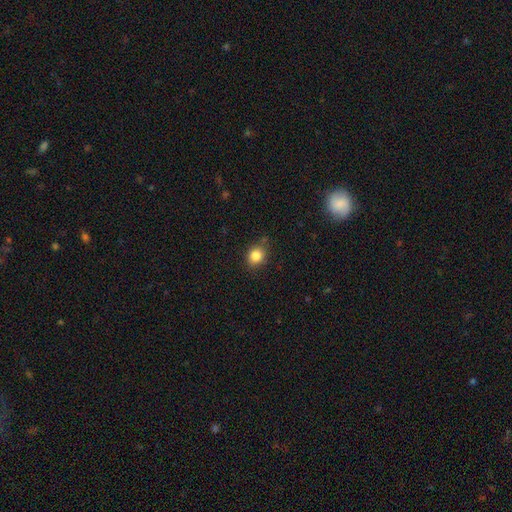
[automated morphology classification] A smooth galaxy with no disk features (84%) that is round (70%). Merging: none (79%).